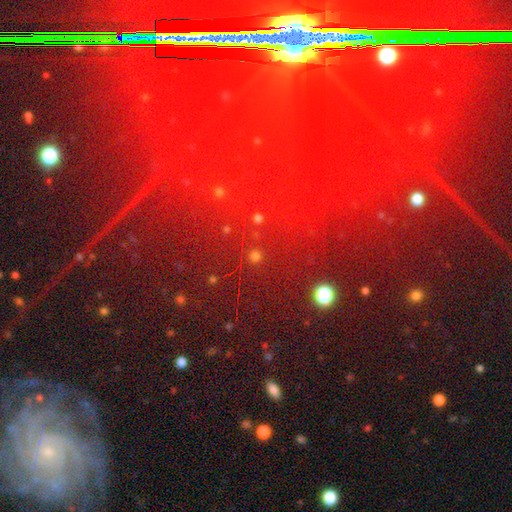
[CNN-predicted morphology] Smooth or featured?
  - smooth: 48% *
  - star or artifact: 44%
  - featured or disk: 8%
Merging?
  - none: 89% *
  - minor disturbance: 6%
  - major disturbance: 3%
  - merger: 3%